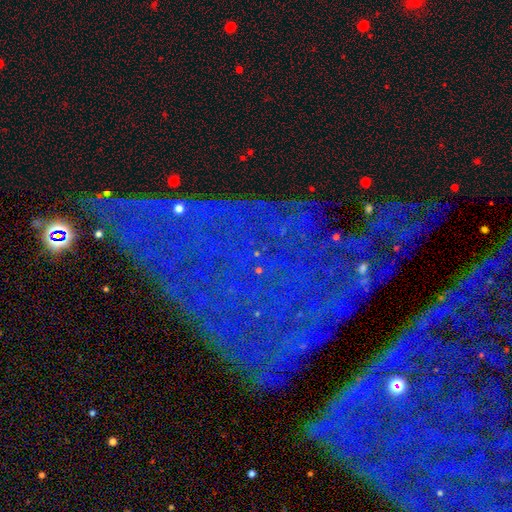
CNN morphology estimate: A star or artifact, not a galaxy (80%).